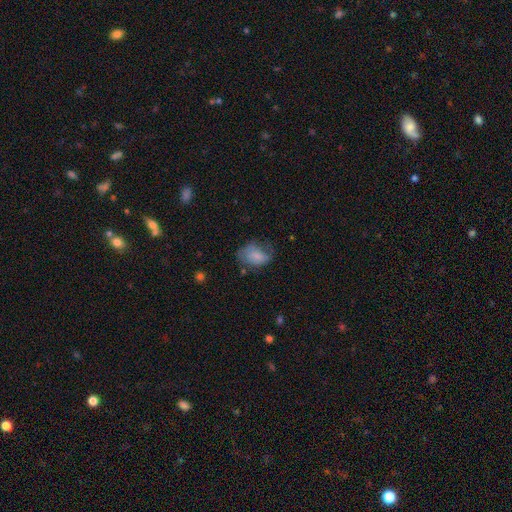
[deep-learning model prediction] This is likely a smooth galaxy (72%). How rounded: likely in between (78%). Merging: marginally none (42%).